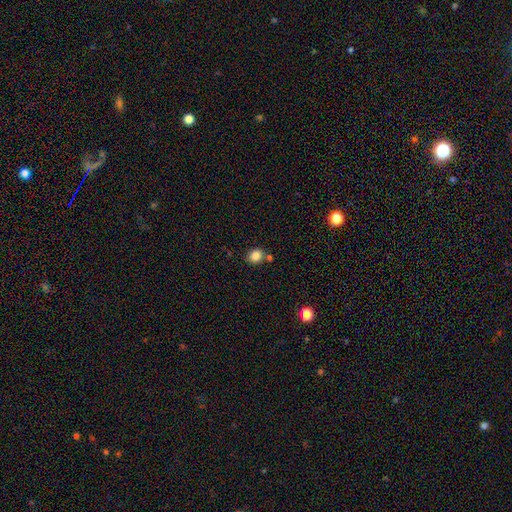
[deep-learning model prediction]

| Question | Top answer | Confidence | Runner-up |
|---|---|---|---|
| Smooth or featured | smooth | 84% | star or artifact (10%) |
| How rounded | round | 63% | in between (36%) |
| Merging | none | 72% | merger (13%) |